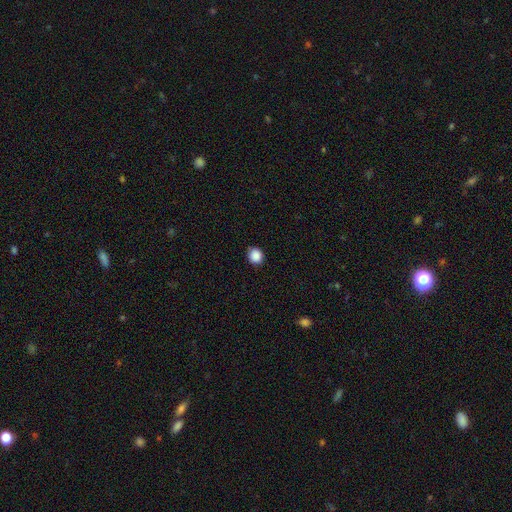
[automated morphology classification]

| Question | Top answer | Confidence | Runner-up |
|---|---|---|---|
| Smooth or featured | smooth | 88% | star or artifact (9%) |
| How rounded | round | 84% | in between (15%) |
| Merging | none | 90% | minor disturbance (7%) |